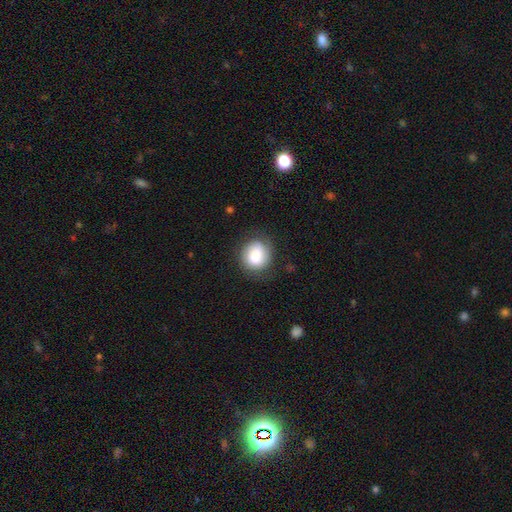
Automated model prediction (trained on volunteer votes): Smooth or featured?
  - smooth: 79% *
  - featured or disk: 13%
  - star or artifact: 8%
How rounded?
  - round: 76% *
  - in between: 23%
  - cigar-shaped: 1%
Merging?
  - none: 73% *
  - minor disturbance: 18%
  - major disturbance: 7%
  - merger: 1%